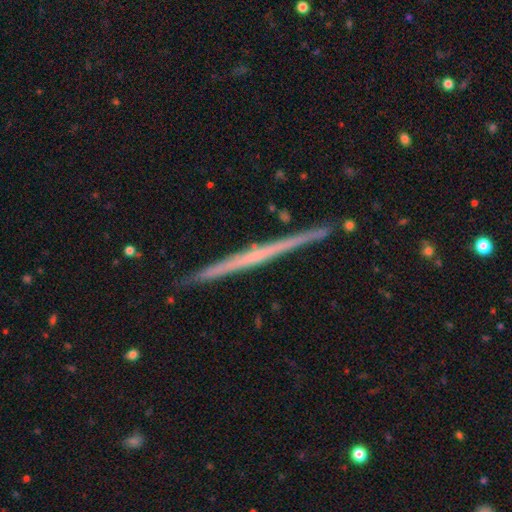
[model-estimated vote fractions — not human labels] Smooth or featured: featured or disk — 70% (smooth — 24%)
Edge-on disk: yes — 98% (no — 2%)
Edge-on bulge: none — 79% (rounded — 15%)
Merging: none — 91% (minor disturbance — 6%)